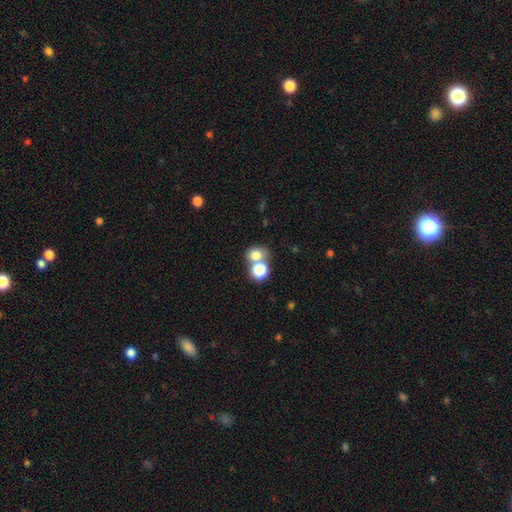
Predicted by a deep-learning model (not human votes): A smooth galaxy with no disk features (75%) that is round (69%).

Vote fractions:
- Smooth or featured? smooth: 75% / star or artifact: 15% / featured or disk: 11%
- How rounded? round: 69% / in between: 30% / cigar-shaped: 1%
- Merging? merger: 45% / none: 44% / minor disturbance: 7% / major disturbance: 4%